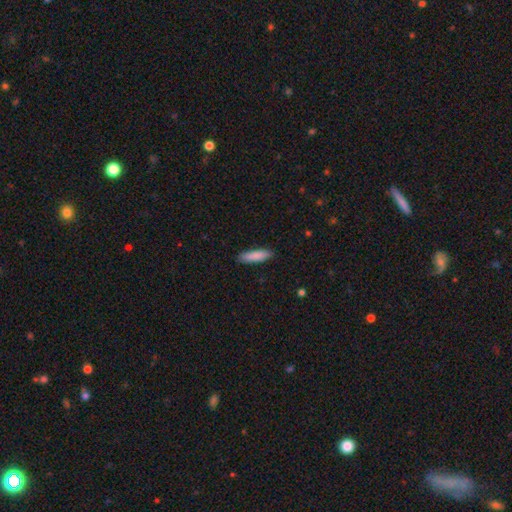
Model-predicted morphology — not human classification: Smooth or featured: smooth — 86% (featured or disk — 8%)
How rounded: cigar-shaped — 69% (in between — 29%)
Merging: none — 89% (minor disturbance — 9%)